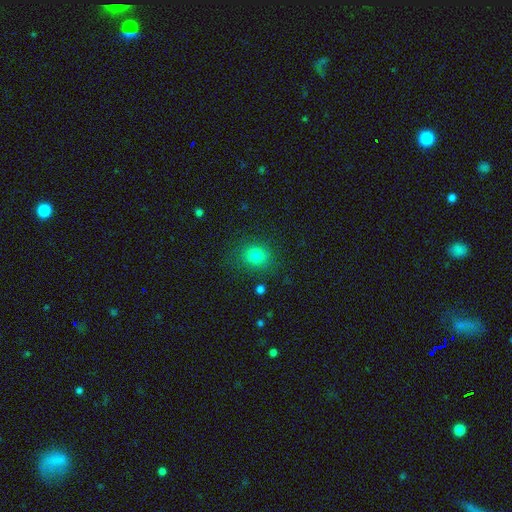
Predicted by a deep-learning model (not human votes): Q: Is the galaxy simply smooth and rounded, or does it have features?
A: smooth — 81%.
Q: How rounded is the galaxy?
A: round — 75%.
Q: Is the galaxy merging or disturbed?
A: none — 84%.